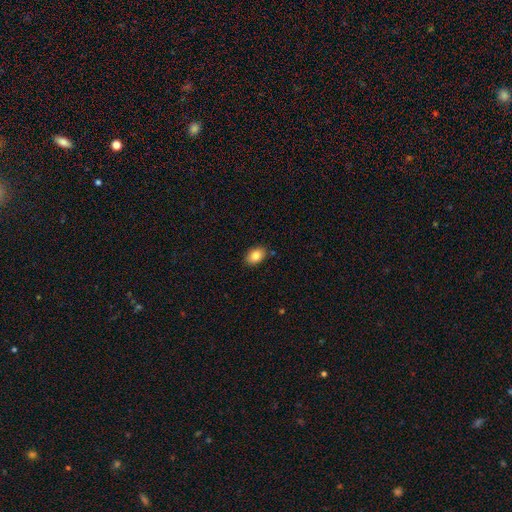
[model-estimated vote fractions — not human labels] smooth-or-featured: smooth: 84% | featured or disk: 8% | star or artifact: 8%
  how-rounded: in between: 82% | round: 17% | cigar-shaped: 1%
  merging: none: 86% | minor disturbance: 11% | major disturbance: 2% | merger: 2%